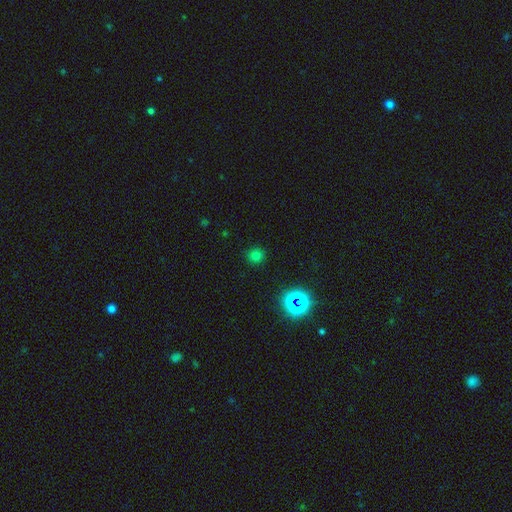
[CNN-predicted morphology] The model was most divided on "smooth or featured": smooth: 72%, star or artifact: 23%, featured or disk: 5%. More confident: how rounded — round (91%); merging — none (89%).